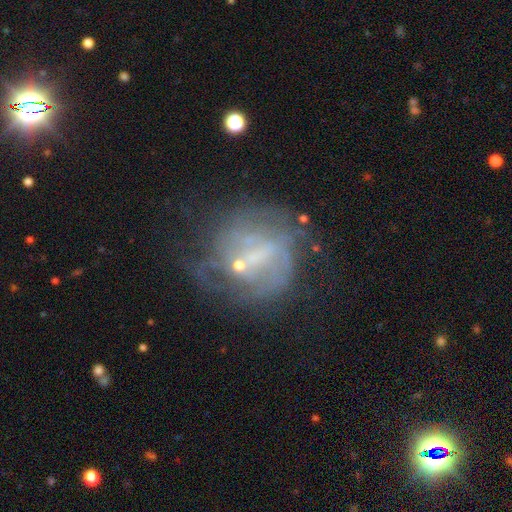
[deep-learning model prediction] The model was most divided on "bar": no: 45%, weak: 39%, strong: 16%. Remaining: edge-on disk — no (97%); smooth or featured — featured or disk (65%); spiral arms — yes (54%); merging — none (48%); bulge size — small (46%).